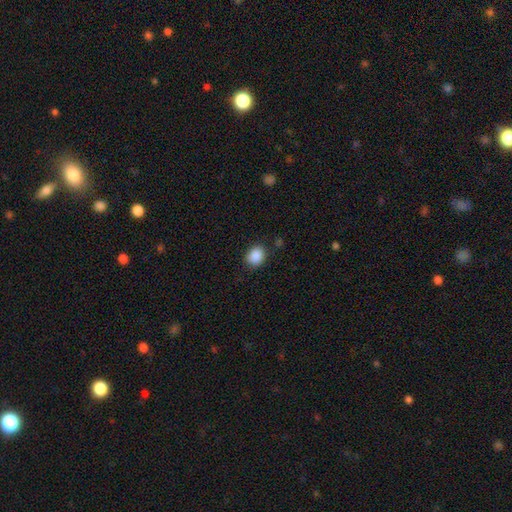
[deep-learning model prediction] This appears to be a smooth galaxy with no disk features (88%) that is round (63%). Merging: none (84%).